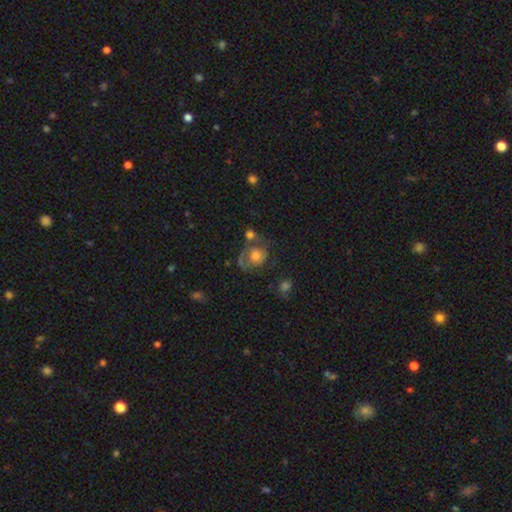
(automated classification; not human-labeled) A featured or disk galaxy (46%).

Vote fractions:
- Smooth or featured? featured or disk: 46% / smooth: 44% / star or artifact: 10%
- Merging? none: 40% / merger: 21% / major disturbance: 20% / minor disturbance: 19%